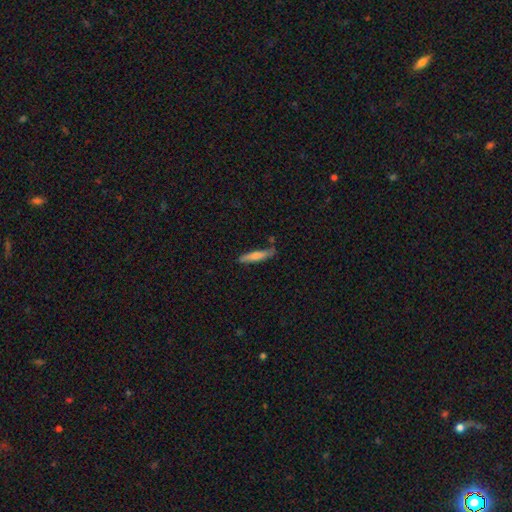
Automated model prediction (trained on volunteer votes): The model was most divided on "smooth or featured": smooth: 55%, featured or disk: 38%, star or artifact: 7%. More confident: how rounded — cigar-shaped (90%); merging — none (78%).